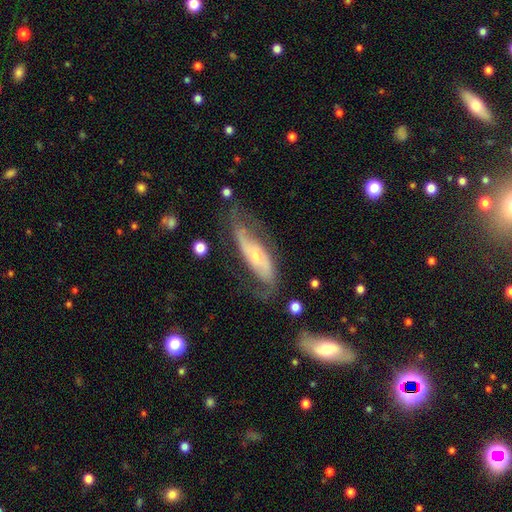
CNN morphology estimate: Smooth or featured: featured or disk — 77% (smooth — 17%)
Edge-on disk: no — 82% (yes — 18%)
Bar: no — 54% (weak — 27%)
Spiral arms: yes — 88% (no — 12%)
Spiral winding: loose — 48% (medium — 34%)
Spiral arm count: 2 — 80% (can't tell — 12%)
Bulge size: small — 65% (moderate — 30%)
Merging: none — 57% (minor disturbance — 22%)